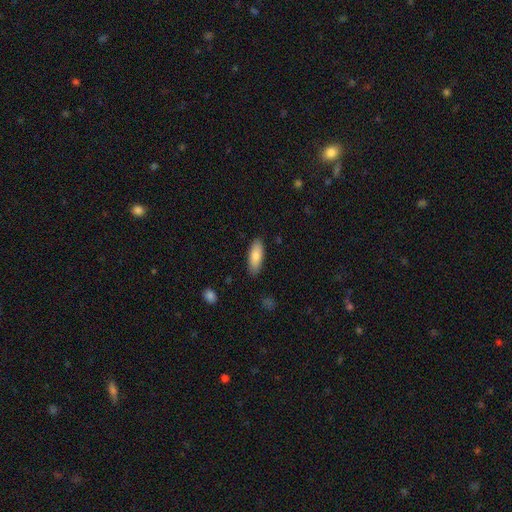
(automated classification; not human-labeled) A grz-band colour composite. It shows a smooth galaxy with no disk features (81%) that is in between round and cigar-shaped (68%). Merging: none (86%).